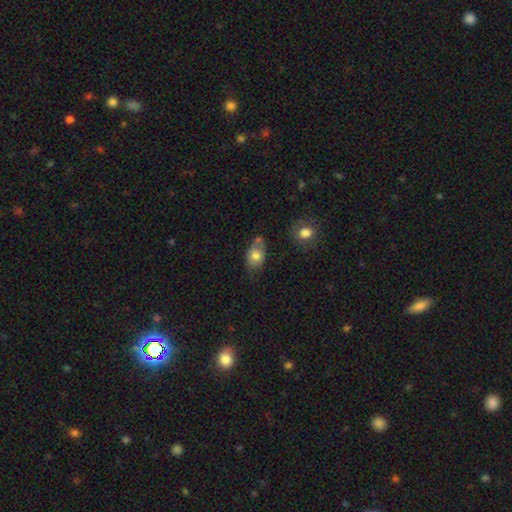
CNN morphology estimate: This appears to be a smooth galaxy with no disk features (73%) that is in between round and cigar-shaped (79%). Merging: none (45%).